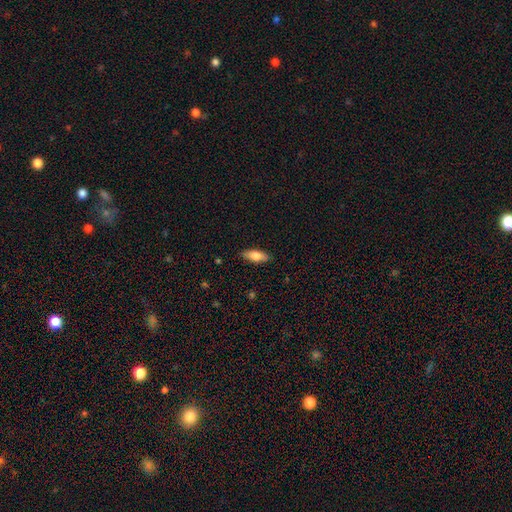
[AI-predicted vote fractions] This appears to be a smooth galaxy with no disk features (71%) that is in between round and cigar-shaped (66%). Merging: none (88%).